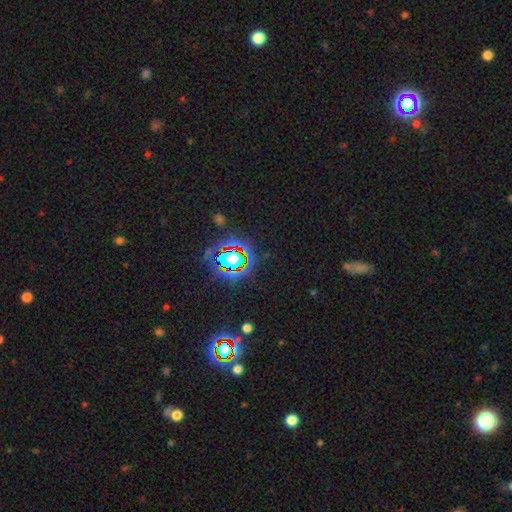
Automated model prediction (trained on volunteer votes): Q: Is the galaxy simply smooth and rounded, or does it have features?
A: star or artifact — 80%.